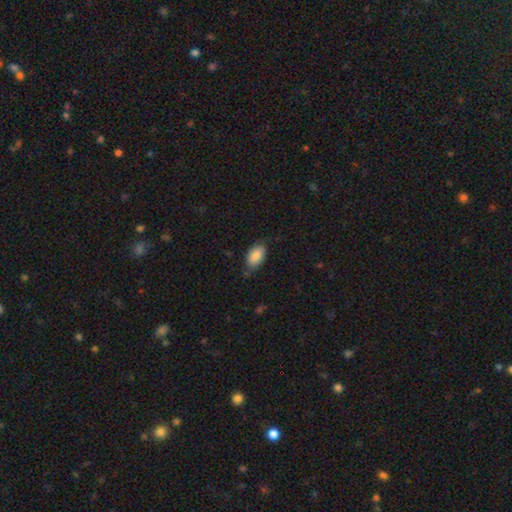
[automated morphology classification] Smooth or featured: smooth — 85% (featured or disk — 8%)
How rounded: in between — 93% (round — 4%)
Merging: none — 68% (minor disturbance — 25%)